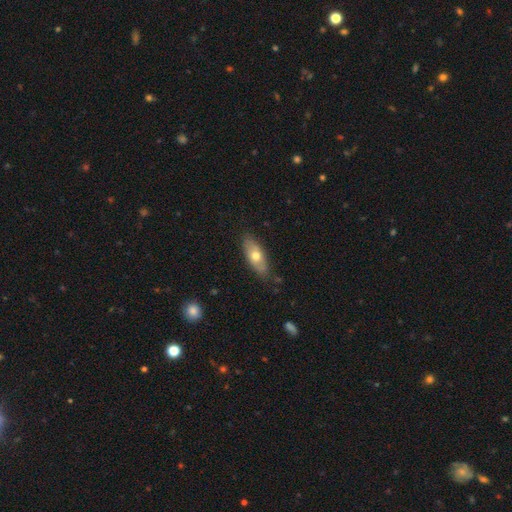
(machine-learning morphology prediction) type=smooth (61%); roundness=in between (75%); merging=none (81%).